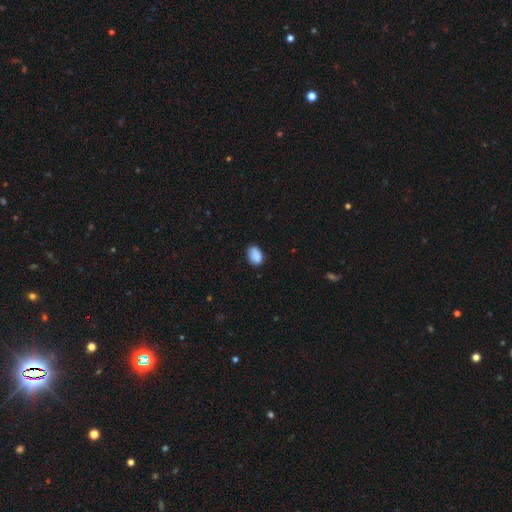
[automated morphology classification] smooth 87%, star or artifact 8%, featured or disk 5%. Down the decision tree: how rounded — in between (81%); merging — none (73%).